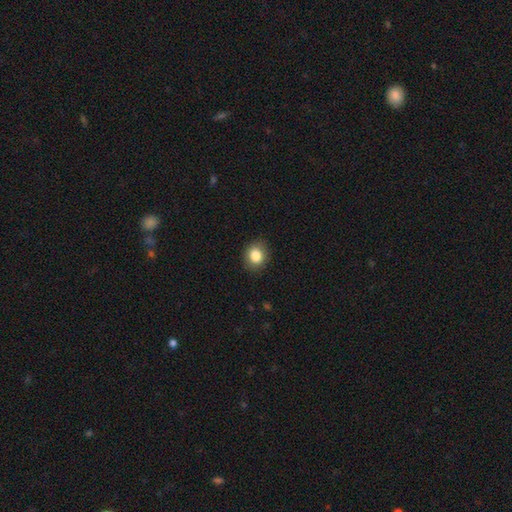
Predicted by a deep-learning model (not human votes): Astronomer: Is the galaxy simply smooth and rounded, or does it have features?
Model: smooth — 84%.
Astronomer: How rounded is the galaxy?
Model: round — 67%.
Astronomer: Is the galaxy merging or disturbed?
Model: none — 87%.